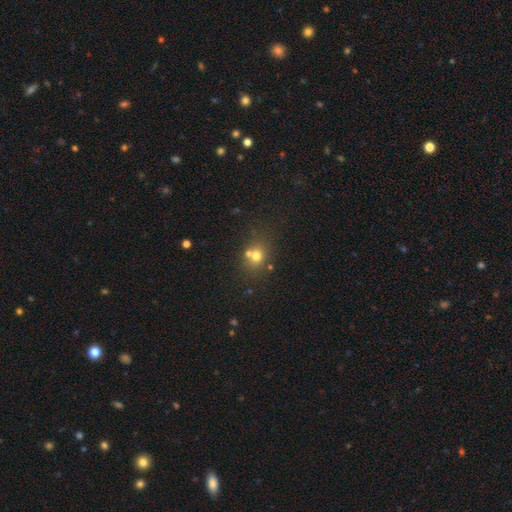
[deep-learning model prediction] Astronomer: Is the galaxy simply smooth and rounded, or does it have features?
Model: smooth — 68%.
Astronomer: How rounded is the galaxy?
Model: round — 70%.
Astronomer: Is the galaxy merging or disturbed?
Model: none — 57%.